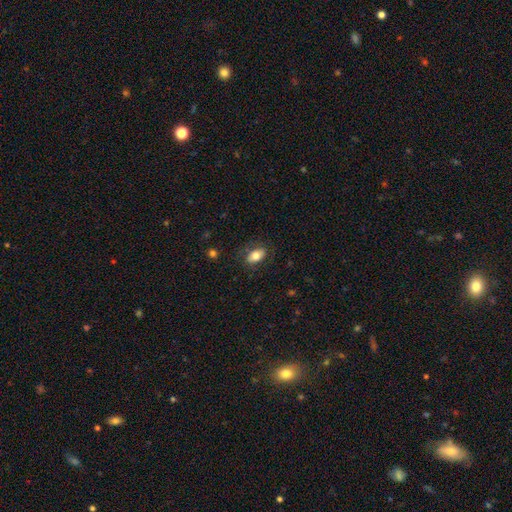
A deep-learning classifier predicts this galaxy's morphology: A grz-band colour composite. It shows a smooth galaxy with no disk features (76%) that is in between round and cigar-shaped (89%). Merging: none (78%).